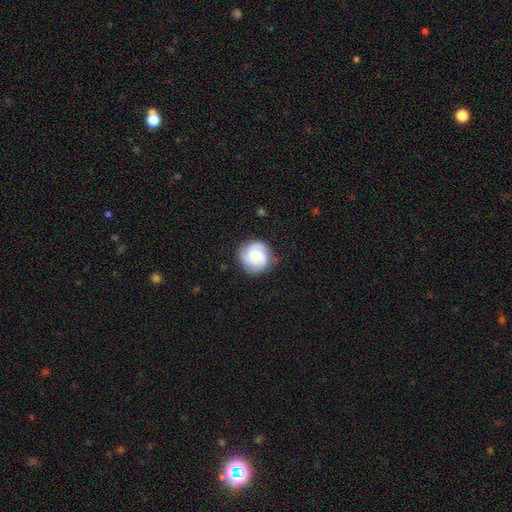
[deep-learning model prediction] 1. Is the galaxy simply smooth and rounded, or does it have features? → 49% smooth, 43% featured or disk, 8% star or artifact.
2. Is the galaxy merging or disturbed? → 78% none, 16% minor disturbance, 5% major disturbance, 1% merger.